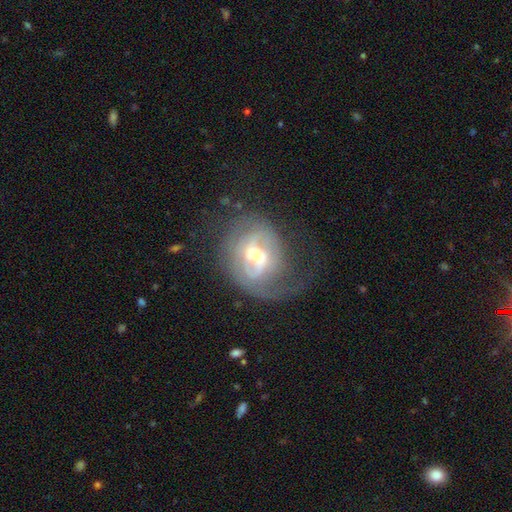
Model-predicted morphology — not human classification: smooth_or_featured: featured or disk (p=0.74) [alt: smooth p=0.19]
disk_edge_on: no (p=0.96) [alt: yes p=0.04]
bar: weak (p=0.47) [alt: no p=0.33]
has_spiral_arms: yes (p=0.75) [alt: no p=0.25]
spiral_winding: medium (p=0.38) [alt: tight p=0.35]
spiral_arm_count: 2 (p=0.41) [alt: can't tell p=0.29]
bulge_size: moderate (p=0.52) [alt: small p=0.38]
merging: none (p=0.39) [alt: major disturbance p=0.36]